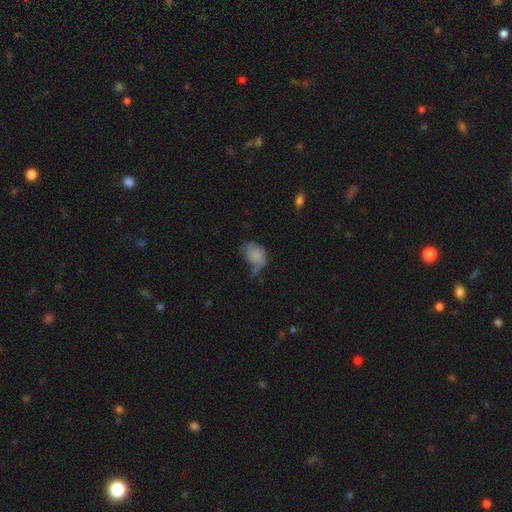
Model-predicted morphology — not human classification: Overall: smooth (76%). How rounded: in between (73%). Merging: major disturbance (32%; minor disturbance 31%).